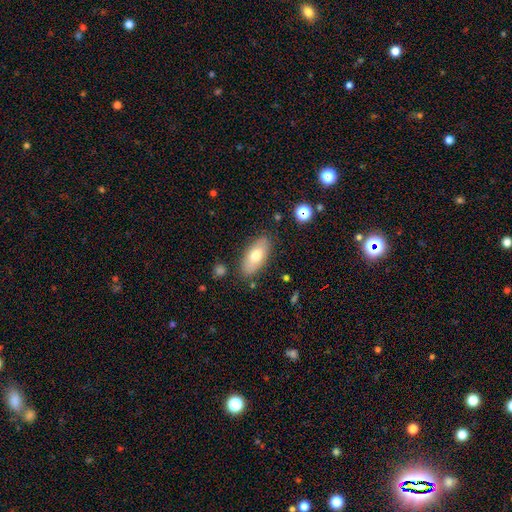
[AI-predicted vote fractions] This appears to be a smooth galaxy with no disk features (69%) that is in between round and cigar-shaped (88%). Merging: none (83%).